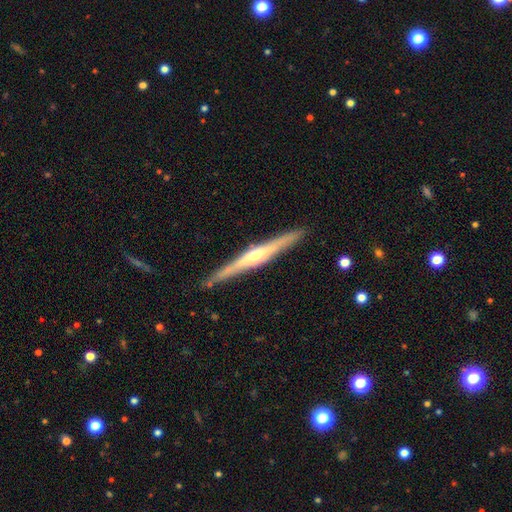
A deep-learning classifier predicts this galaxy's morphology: Smooth or featured: featured or disk — 77% (smooth — 17%)
Edge-on disk: yes — 97% (no — 3%)
Edge-on bulge: rounded — 84% (none — 9%)
Merging: none — 89% (minor disturbance — 8%)